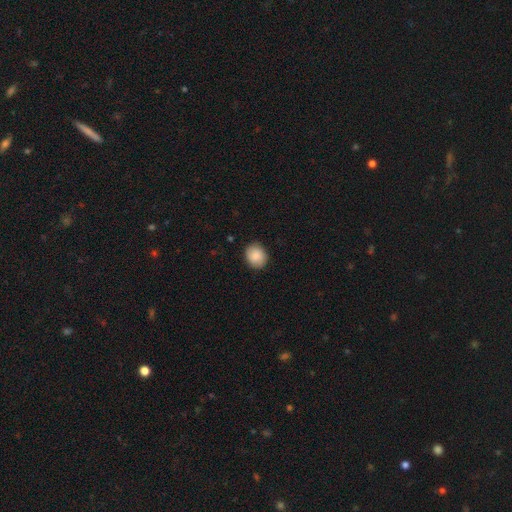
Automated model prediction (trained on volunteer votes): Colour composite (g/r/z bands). It shows a smooth galaxy with no disk features (87%) that is round (63%). Merging: none (87%).